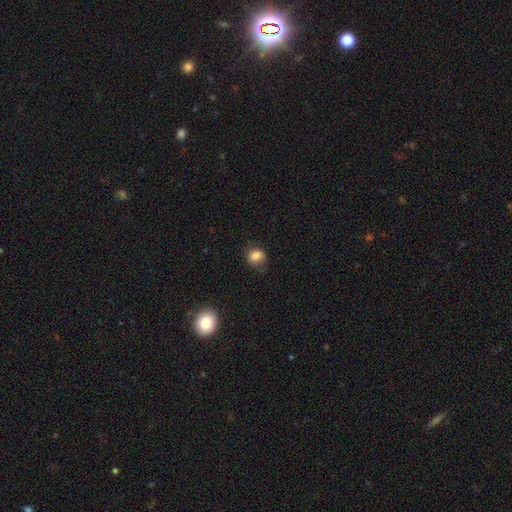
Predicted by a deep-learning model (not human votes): A smooth galaxy with no disk features (83%) that is round (68%). Merging: none (70%).